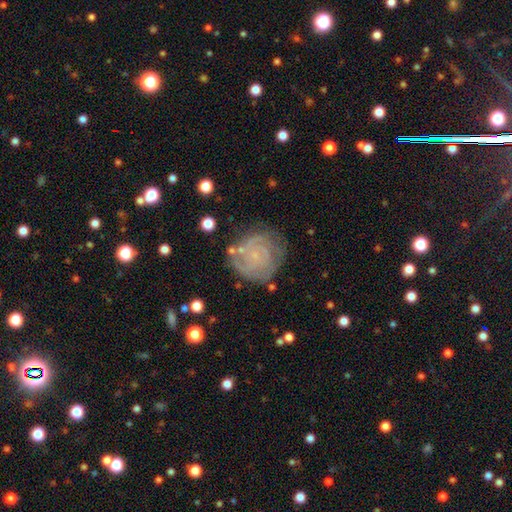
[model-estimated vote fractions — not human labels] A featured or disk galaxy (78%) with no bar (70%), 2 (36%) tight (70%) spiral arms (92%) and a small central bulge (71%). Merging: none (72%).